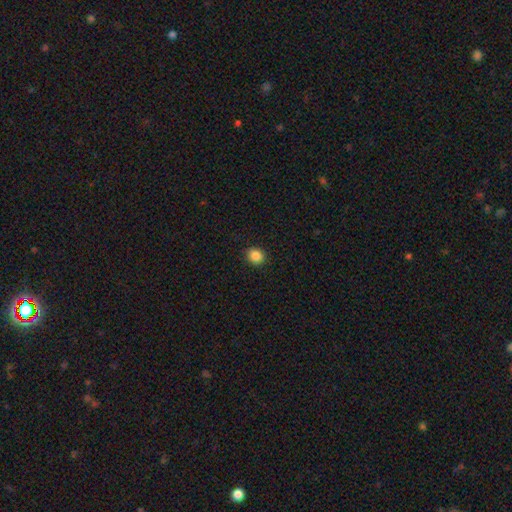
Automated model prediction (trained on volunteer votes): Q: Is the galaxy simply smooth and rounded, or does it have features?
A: smooth — 86%.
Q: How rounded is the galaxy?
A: round — 78%.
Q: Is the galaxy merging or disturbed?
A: none — 90%.